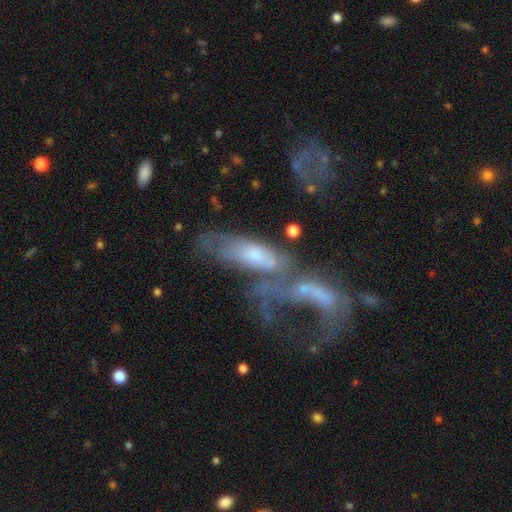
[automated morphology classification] Overall: featured or disk (51%; smooth 41%). Edge-on disk: no (79%). Merging: merger (50%; none 20%).